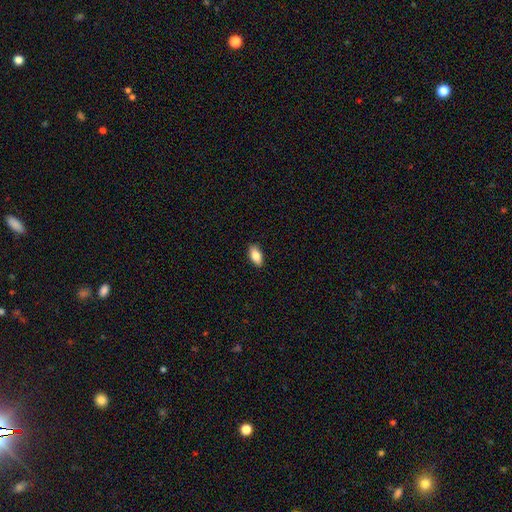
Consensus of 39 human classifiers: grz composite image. It shows a smooth galaxy with no disk features (85%) that is in between round and cigar-shaped (94%). Merging: none (83%).